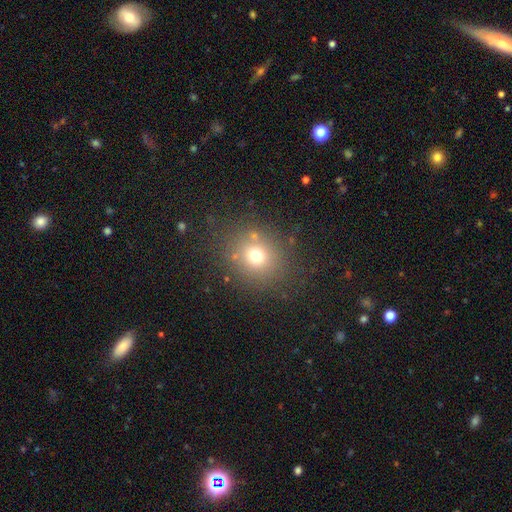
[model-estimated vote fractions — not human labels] This appears to be a smooth galaxy with no disk features (69%) that is round (82%). Merging: none (79%).